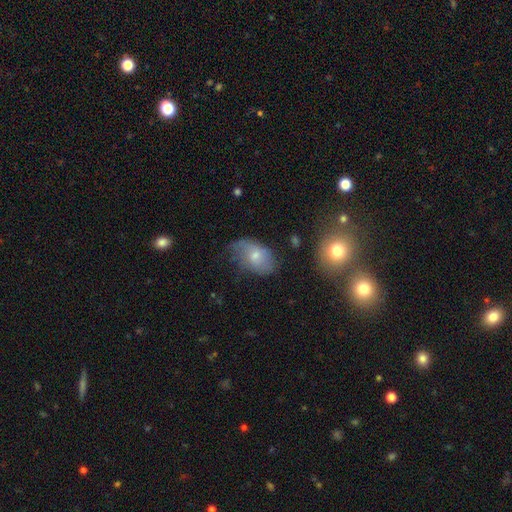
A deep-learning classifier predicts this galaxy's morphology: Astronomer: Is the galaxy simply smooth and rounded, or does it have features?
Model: smooth — 62%.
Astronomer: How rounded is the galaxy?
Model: in between — 88%.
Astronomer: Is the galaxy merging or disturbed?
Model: none — 46% (runner-up: minor disturbance, 34%).